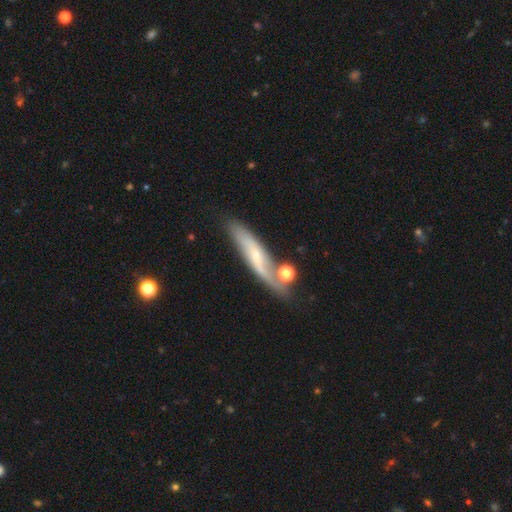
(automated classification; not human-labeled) A featured or disk galaxy (62%). Merging: none (58%).